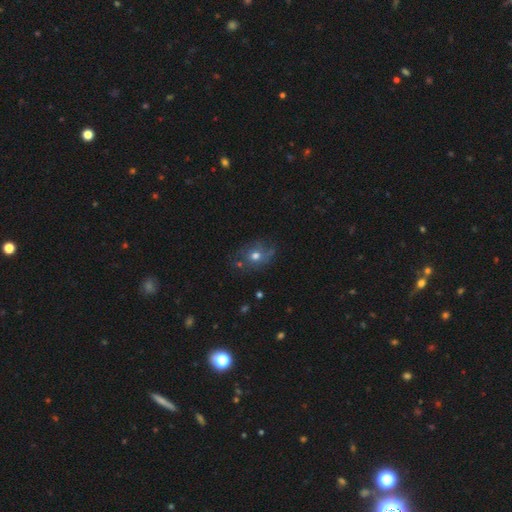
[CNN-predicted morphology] Smooth or featured? Predicted: smooth (p=0.56). How rounded? Predicted: round (p=0.57). Merging? Predicted: none (p=0.60).